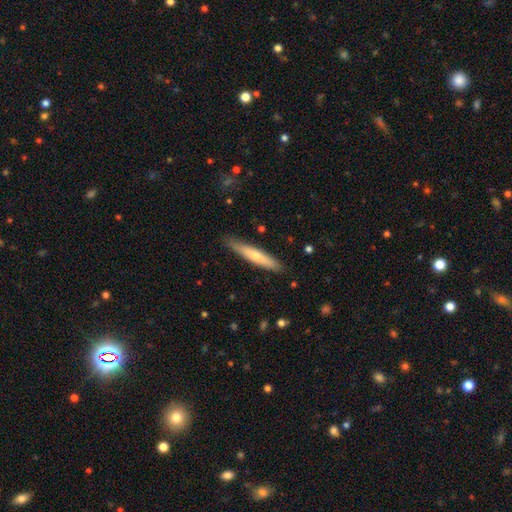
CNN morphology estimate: Q: Smooth or featured?
A: smooth (57%); runner-up: featured or disk (37%)
Q: How rounded?
A: cigar-shaped (91%); runner-up: in between (8%)
Q: Merging?
A: none (84%); runner-up: minor disturbance (12%)